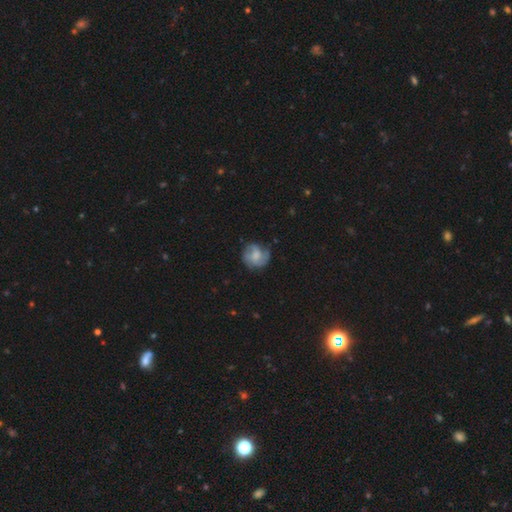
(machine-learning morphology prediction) This is possibly a featured or disk galaxy (57%). It is clearly not viewed edge-on (98%). Bar: likely no (63%). Spiral arm pattern: clearly yes (84%). Central bulge: marginally moderate (43%). Merging: likely none (68%).